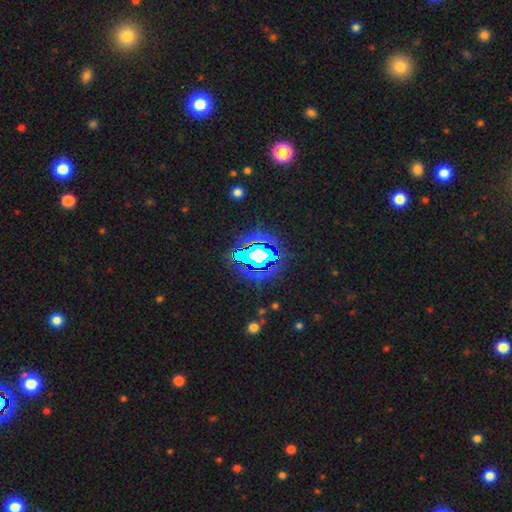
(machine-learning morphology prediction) type=star or artifact (74%).